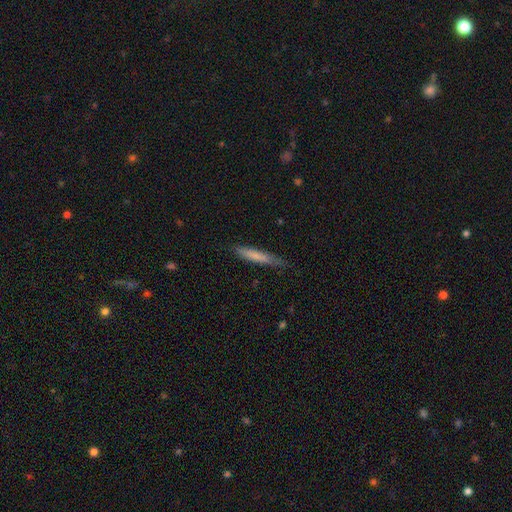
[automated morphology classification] type=smooth (72%); roundness=cigar-shaped (93%); merging=none (77%).